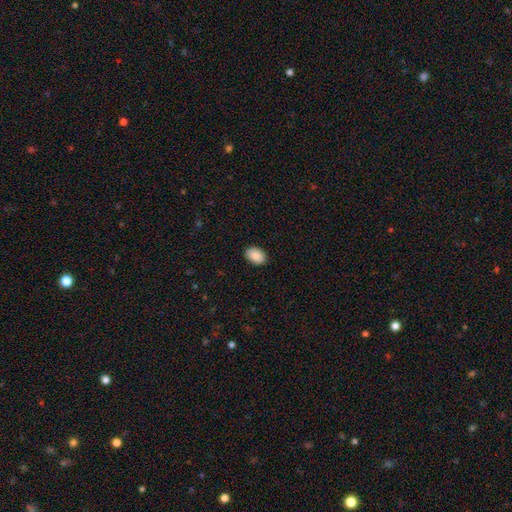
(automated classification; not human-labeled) This is clearly a smooth galaxy (90%). How rounded: clearly in between (87%). Merging: clearly none (89%).